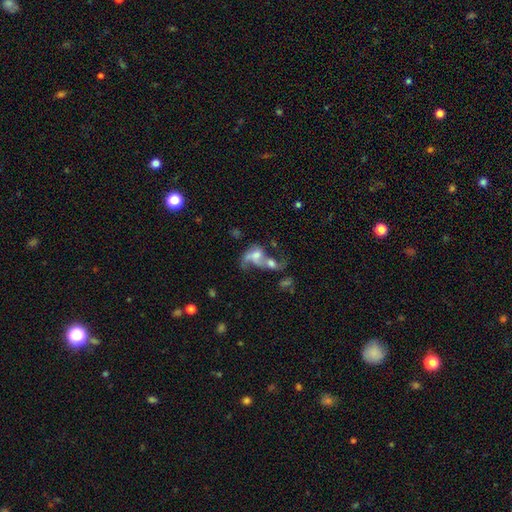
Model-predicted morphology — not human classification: Smooth or featured?
  - featured or disk: 52% *
  - smooth: 37%
  - star or artifact: 12%
Edge-on disk?
  - no: 96% *
  - yes: 4%
Merging?
  - merger: 68% *
  - major disturbance: 17%
  - none: 10%
  - minor disturbance: 5%